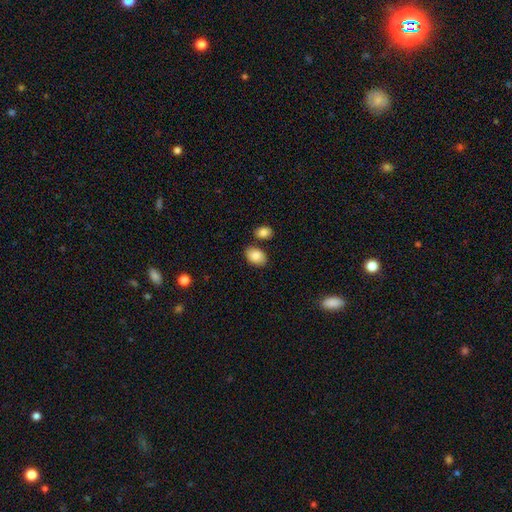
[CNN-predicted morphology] smooth_or_featured: smooth (p=0.87) [alt: star or artifact p=0.07]
how_rounded: in between (p=0.84) [alt: round p=0.15]
merging: none (p=0.75) [alt: minor disturbance p=0.13]